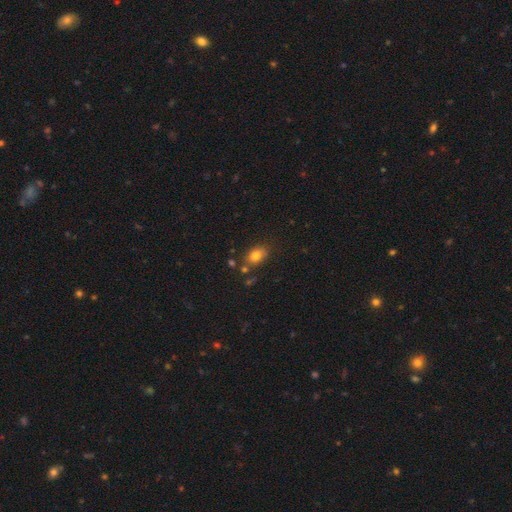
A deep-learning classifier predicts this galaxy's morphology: type=smooth (79%); roundness=in between (76%); merging=none (72%).